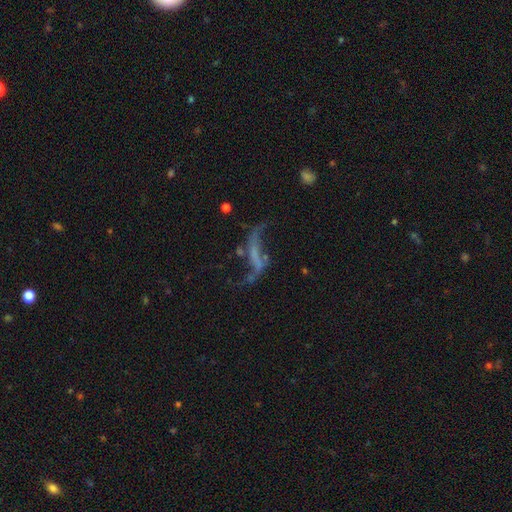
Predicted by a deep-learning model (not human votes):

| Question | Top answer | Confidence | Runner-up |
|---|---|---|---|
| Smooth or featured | featured or disk | 73% | smooth (14%) |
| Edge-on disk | no | 88% | yes (12%) |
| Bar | no | 41% | strong (33%) |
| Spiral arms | yes | 74% | no (26%) |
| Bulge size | none | 73% | small (18%) |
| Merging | none | 44% | major disturbance (29%) |